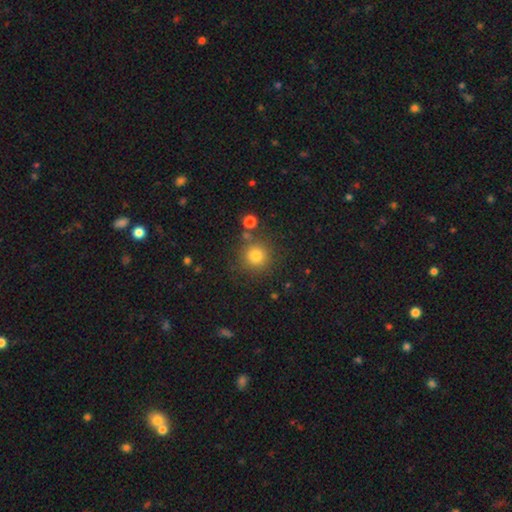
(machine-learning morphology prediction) Smooth or featured?
  - smooth: 80% *
  - star or artifact: 13%
  - featured or disk: 6%
How rounded?
  - round: 93% *
  - in between: 6%
  - cigar-shaped: 1%
Merging?
  - none: 82% *
  - minor disturbance: 8%
  - merger: 6%
  - major disturbance: 3%